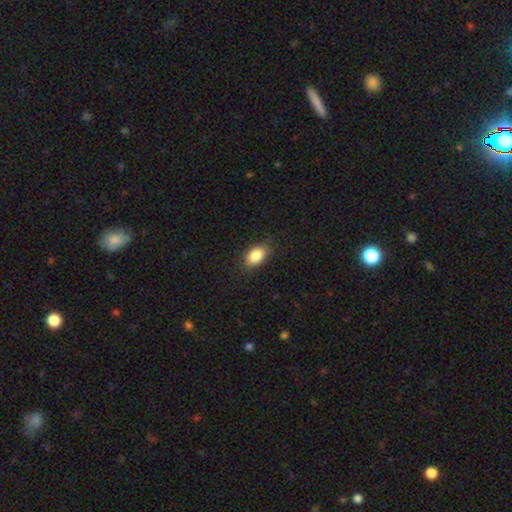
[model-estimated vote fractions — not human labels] A smooth galaxy with no disk features (87%) that is in between round and cigar-shaped (87%). Merging: none (85%).